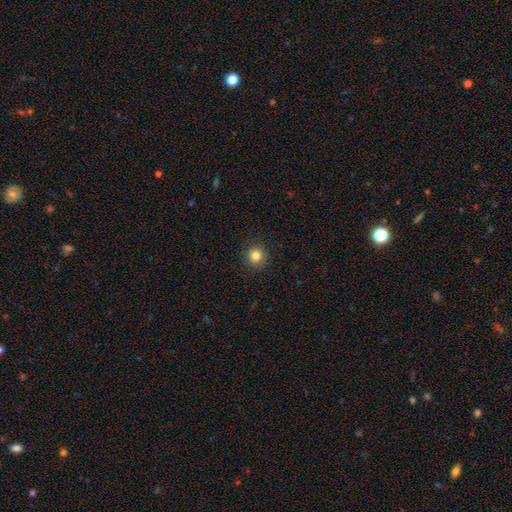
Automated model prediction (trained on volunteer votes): A smooth galaxy with no disk features (83%) that is round (94%). Merging: none (92%).